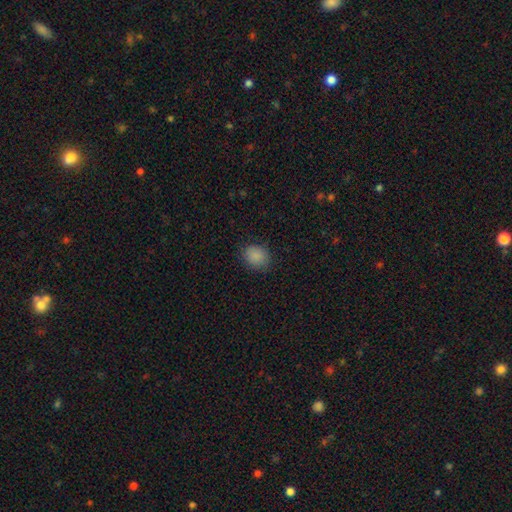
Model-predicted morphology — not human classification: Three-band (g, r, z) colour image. It shows a smooth galaxy with no disk features (87%) that is round (64%). Merging: none (84%).